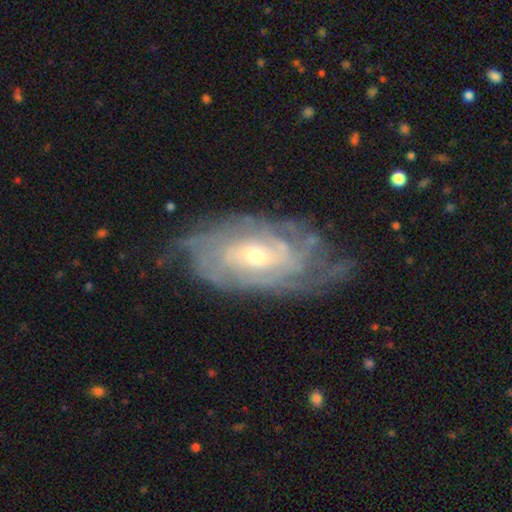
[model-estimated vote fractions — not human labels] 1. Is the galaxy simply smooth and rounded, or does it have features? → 84% featured or disk, 10% smooth, 6% star or artifact.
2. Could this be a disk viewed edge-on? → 94% no, 6% yes.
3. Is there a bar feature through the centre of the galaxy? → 58% no, 33% weak, 9% strong.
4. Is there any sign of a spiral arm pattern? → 93% yes, 7% no.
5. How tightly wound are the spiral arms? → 73% tight, 22% medium, 6% loose.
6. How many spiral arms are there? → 50% can't tell, 15% 2, 12% 4, 11% 3, 7% more than 4, 5% 1.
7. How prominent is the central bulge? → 55% small, 41% moderate, 2% large, 1% none, 1% dominant.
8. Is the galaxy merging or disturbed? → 69% none, 21% minor disturbance, 8% major disturbance, 2% merger.